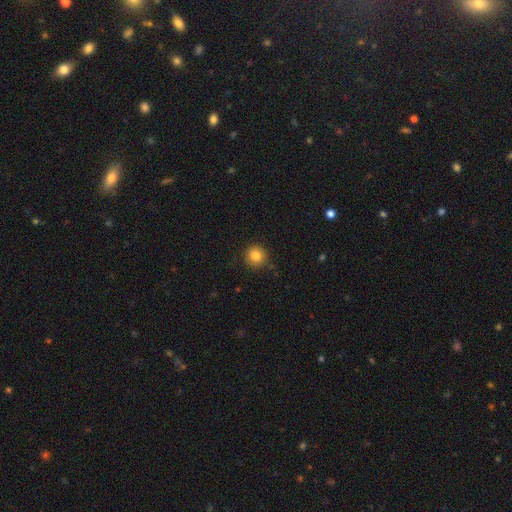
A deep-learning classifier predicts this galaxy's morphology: smooth-or-featured: smooth: 83% | star or artifact: 11% | featured or disk: 6%
  how-rounded: round: 94% | in between: 5% | cigar-shaped: 1%
  merging: none: 88% | minor disturbance: 8% | major disturbance: 2% | merger: 1%